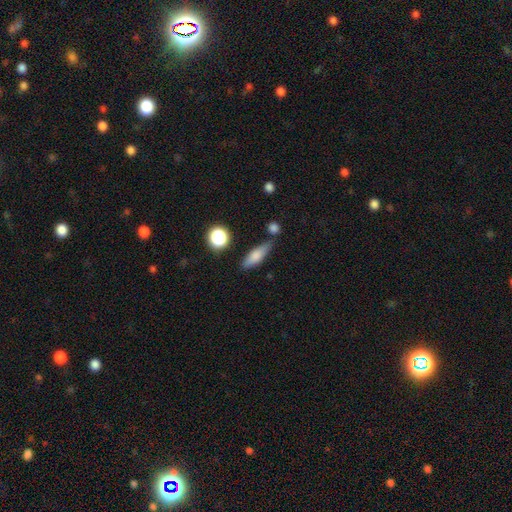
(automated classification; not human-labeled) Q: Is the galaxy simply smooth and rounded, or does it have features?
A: smooth — 72%.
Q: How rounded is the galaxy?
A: in between — 49%.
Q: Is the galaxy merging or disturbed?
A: none — 72%.